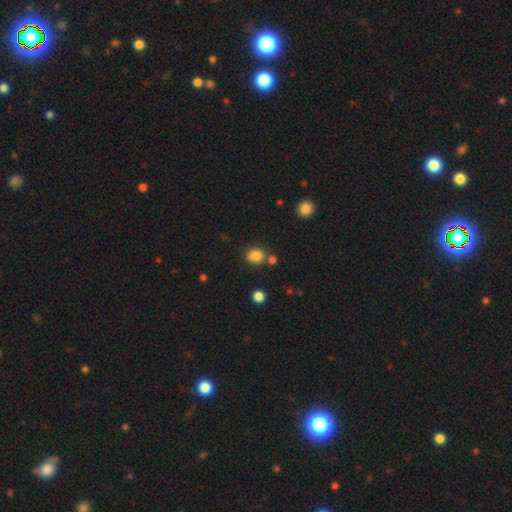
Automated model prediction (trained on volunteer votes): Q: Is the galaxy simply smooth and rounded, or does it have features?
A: smooth — 83%.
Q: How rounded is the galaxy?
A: round — 64%.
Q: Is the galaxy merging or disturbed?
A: none — 72%.